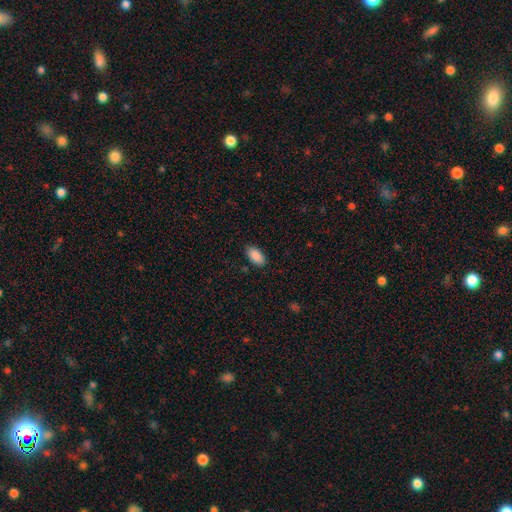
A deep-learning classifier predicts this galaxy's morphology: smooth-or-featured: smooth: 90% | star or artifact: 7% | featured or disk: 3%
  how-rounded: in between: 94% | cigar-shaped: 3% | round: 3%
  merging: none: 86% | minor disturbance: 11% | major disturbance: 3% | merger: 1%